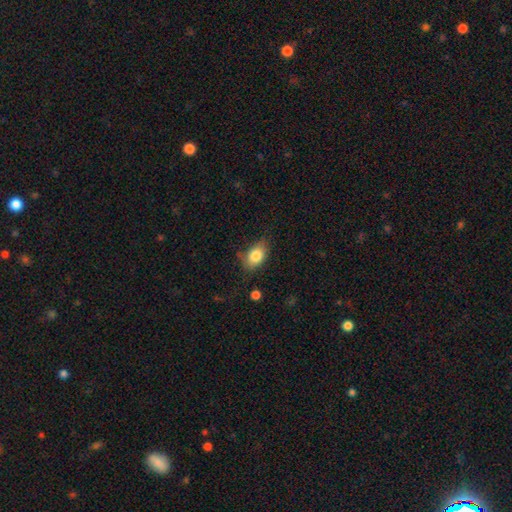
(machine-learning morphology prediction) The model was most divided on "merging": none: 64%, minor disturbance: 27%, major disturbance: 7%, merger: 2%. More confident: smooth or featured — smooth (82%); how rounded — in between (81%).